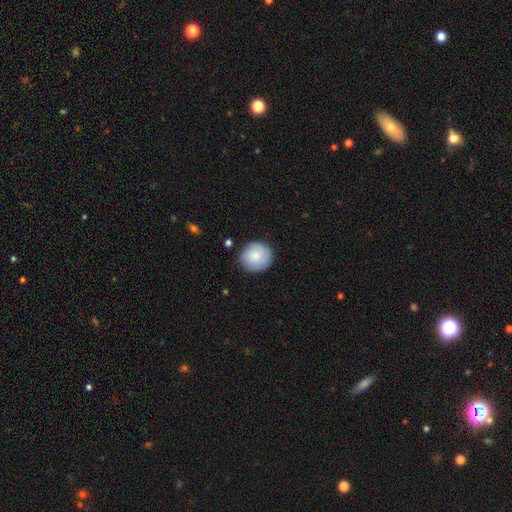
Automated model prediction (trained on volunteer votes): This is clearly a smooth galaxy (81%). How rounded: clearly round (93%). Merging: clearly none (85%).